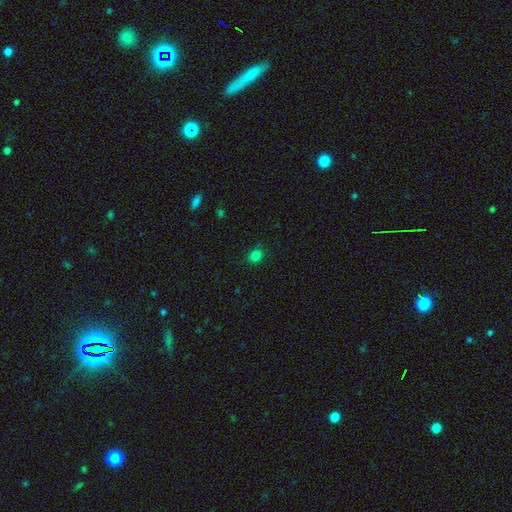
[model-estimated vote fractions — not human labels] The model was most divided on "how rounded": round: 69%, in between: 30%, cigar-shaped: 1%. More confident: merging — none (82%); smooth or featured — smooth (80%).